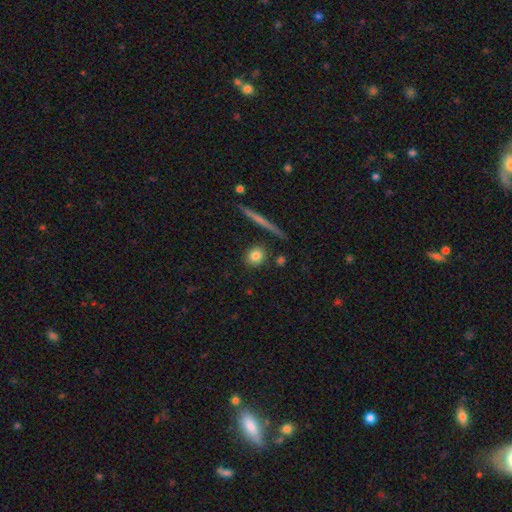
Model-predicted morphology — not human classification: A smooth galaxy with no disk features (81%) that is round (76%). Merging: none (84%).